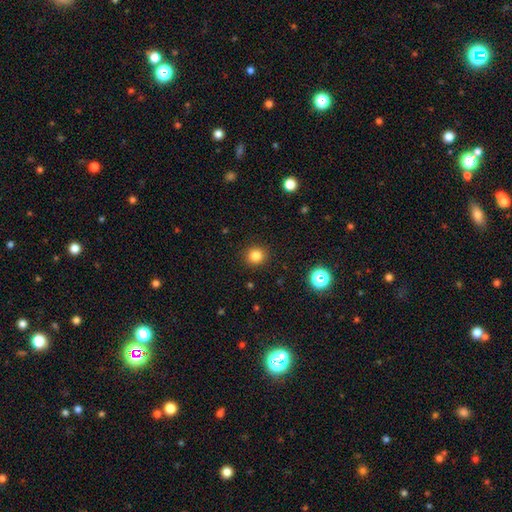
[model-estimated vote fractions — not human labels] Morphology: type=smooth (82%); roundness=round (90%); merging=none (91%).